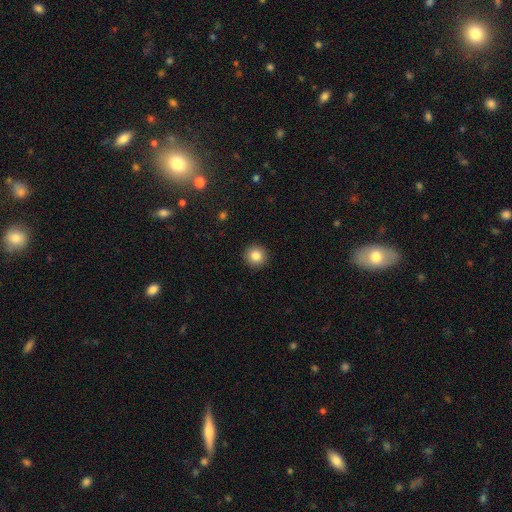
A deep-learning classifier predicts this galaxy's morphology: Q: Smooth or featured?
A: smooth (85%); runner-up: star or artifact (10%)
Q: How rounded?
A: round (95%); runner-up: in between (4%)
Q: Merging?
A: none (93%); runner-up: minor disturbance (5%)